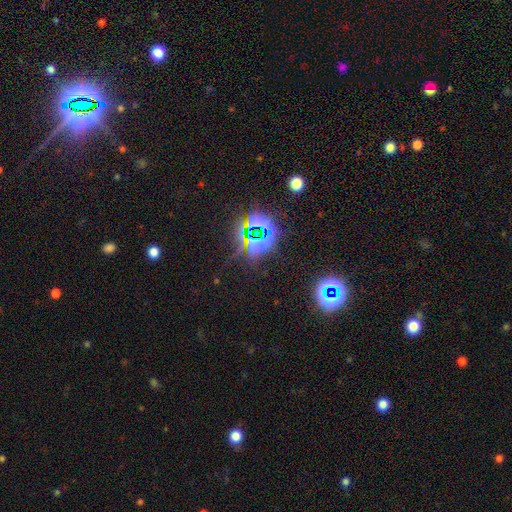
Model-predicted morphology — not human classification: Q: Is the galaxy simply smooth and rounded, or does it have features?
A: star or artifact — 79%.